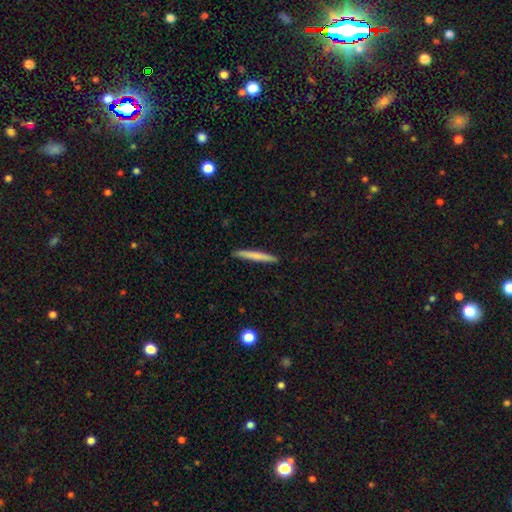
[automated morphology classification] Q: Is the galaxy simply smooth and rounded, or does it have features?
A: smooth — 71%.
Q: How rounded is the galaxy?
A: cigar-shaped — 97%.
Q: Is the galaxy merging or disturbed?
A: none — 92%.